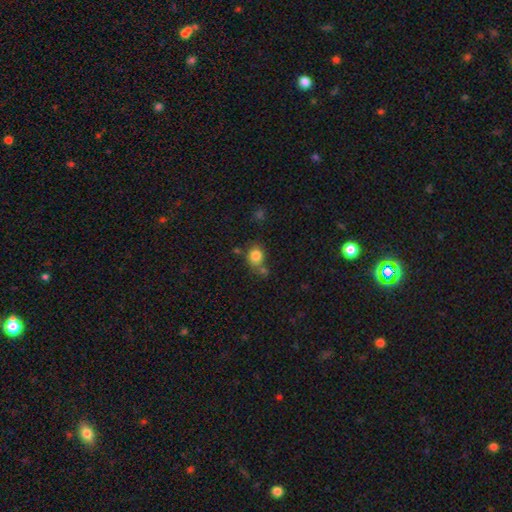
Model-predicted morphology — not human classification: smooth 82%, star or artifact 11%, featured or disk 7%. Down the decision tree: how rounded — round (70%); merging — none (60%).